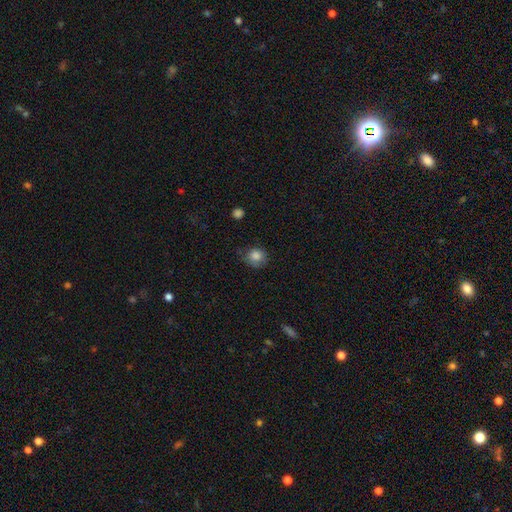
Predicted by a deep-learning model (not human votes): smooth 83%, star or artifact 10%, featured or disk 8%. Down the decision tree: how rounded — round (77%); merging — none (65%).